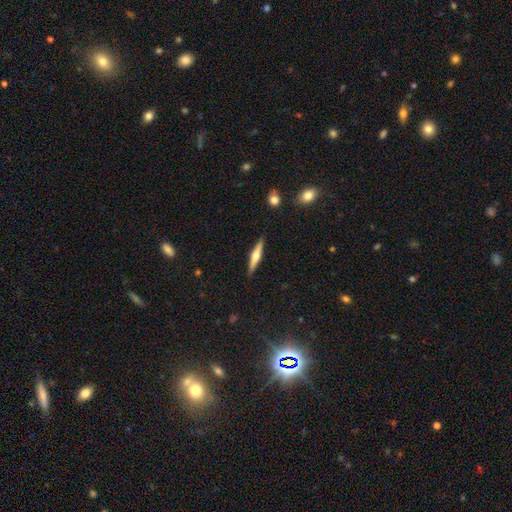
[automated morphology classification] A featured or disk galaxy (59%) viewed edge-on (97%) with a rounded central bulge (89%).

Vote fractions:
- Smooth or featured? featured or disk: 59% / smooth: 36% / star or artifact: 6%
- Edge-on disk? yes: 97% / no: 3%
- Edge-on bulge? rounded: 89% / boxy: 6% / none: 6%
- Merging? none: 89% / minor disturbance: 8% / major disturbance: 2% / merger: 1%